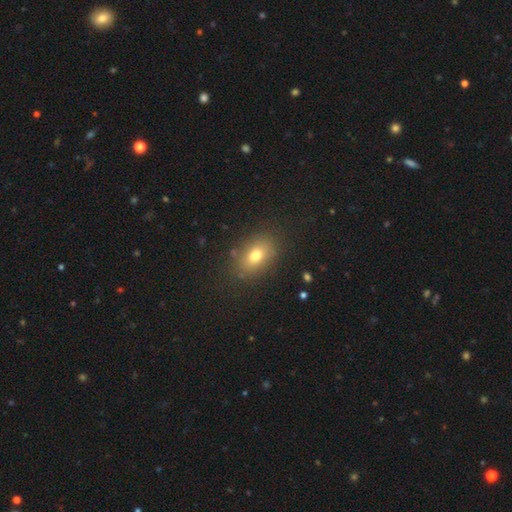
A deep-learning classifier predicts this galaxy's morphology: smooth 75%, featured or disk 14%, star or artifact 11%. Down the decision tree: how rounded — in between (81%); merging — none (83%).